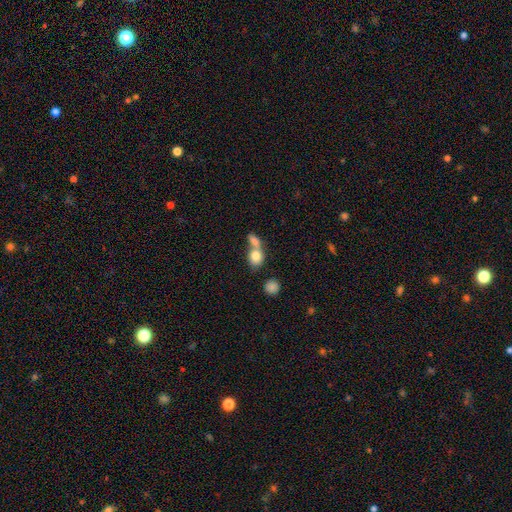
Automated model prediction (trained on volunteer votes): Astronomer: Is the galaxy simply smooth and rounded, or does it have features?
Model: smooth — 80%.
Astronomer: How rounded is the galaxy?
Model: in between — 49% (runner-up: round, 48%).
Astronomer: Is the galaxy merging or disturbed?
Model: merger — 63%.